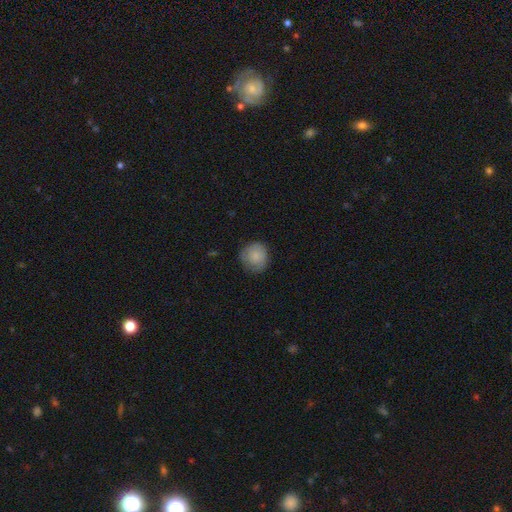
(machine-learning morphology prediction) The model was most divided on "merging": none: 78%, minor disturbance: 17%, major disturbance: 4%, merger: 1%. More confident: how rounded — round (90%); smooth or featured — smooth (83%).